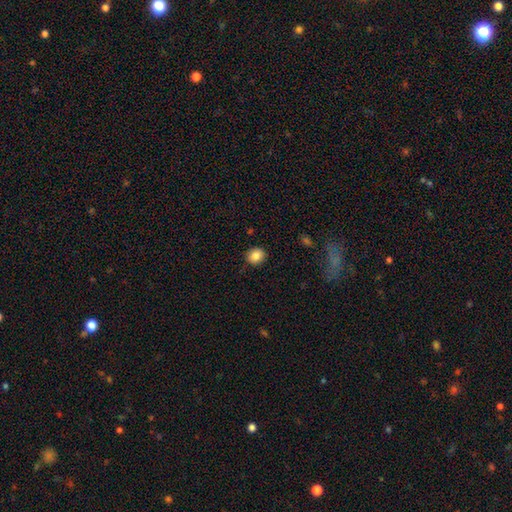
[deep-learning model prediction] smooth 84%, star or artifact 9%, featured or disk 6%. Down the decision tree: how rounded — round (76%); merging — none (89%).